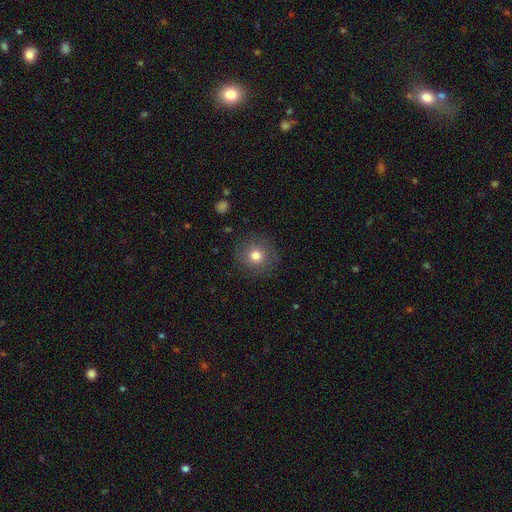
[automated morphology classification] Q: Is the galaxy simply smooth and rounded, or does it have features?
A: smooth — 77%.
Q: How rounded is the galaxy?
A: round — 93%.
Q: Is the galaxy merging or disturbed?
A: none — 87%.